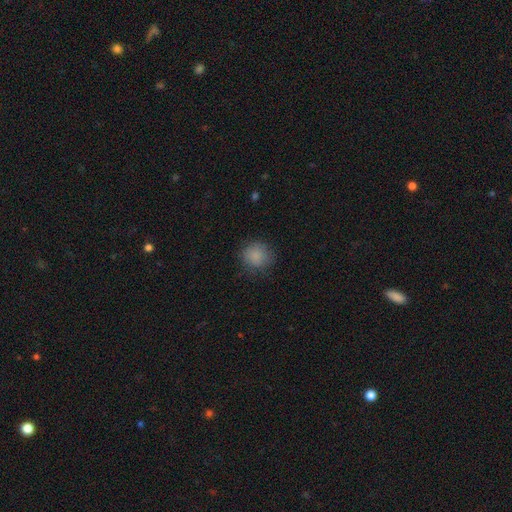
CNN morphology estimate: smooth 86%, star or artifact 9%, featured or disk 5%. Down the decision tree: how rounded — round (87%); merging — none (80%).